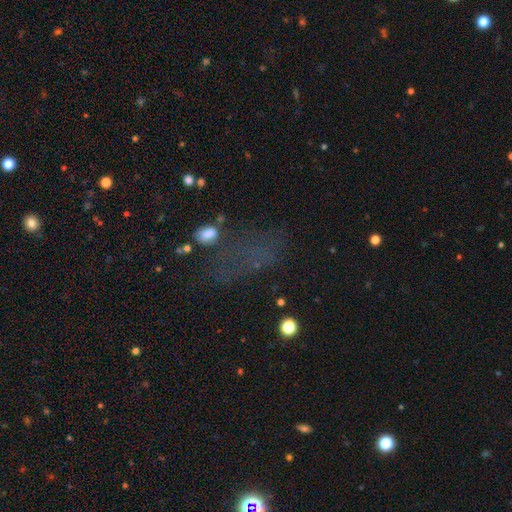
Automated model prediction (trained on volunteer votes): star or artifact 47%, smooth 36%, featured or disk 17%.